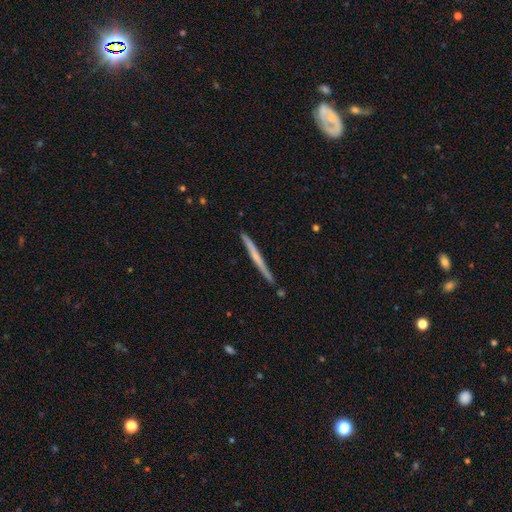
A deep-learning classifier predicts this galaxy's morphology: A featured or disk galaxy (53%) viewed edge-on (98%) with no central bulge (75%). Merging: none (89%).